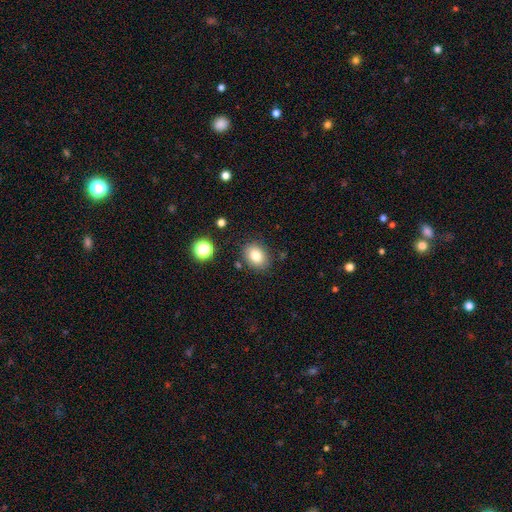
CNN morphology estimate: type=smooth (83%); roundness=in between (62%); merging=none (83%).